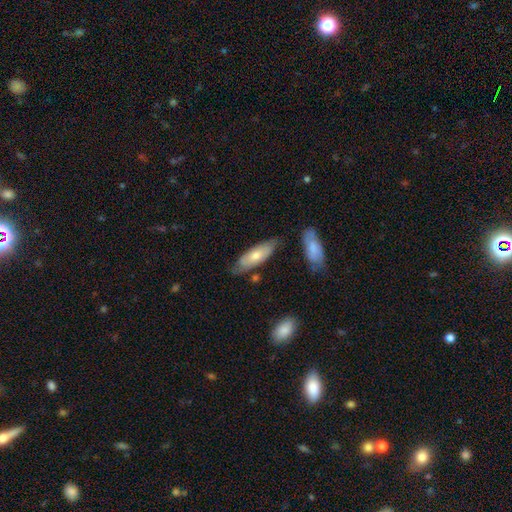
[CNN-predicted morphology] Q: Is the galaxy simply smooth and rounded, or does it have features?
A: smooth — 55%.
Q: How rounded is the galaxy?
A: in between — 65%.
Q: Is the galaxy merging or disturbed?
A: none — 70%.